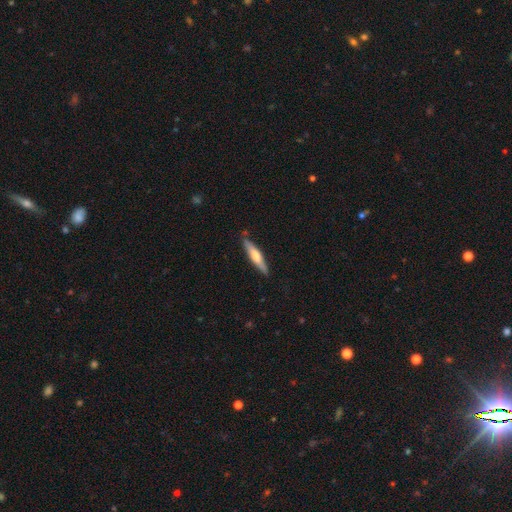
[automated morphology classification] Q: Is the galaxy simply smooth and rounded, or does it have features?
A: smooth — 53%.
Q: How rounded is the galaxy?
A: cigar-shaped — 85%.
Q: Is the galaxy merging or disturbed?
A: none — 84%.